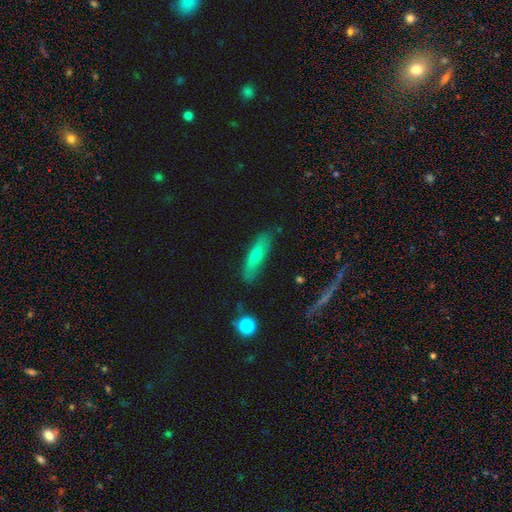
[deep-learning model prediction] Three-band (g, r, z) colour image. It shows a smooth galaxy with no disk features (64%) that is cigar-shaped (69%). Merging: none (78%).